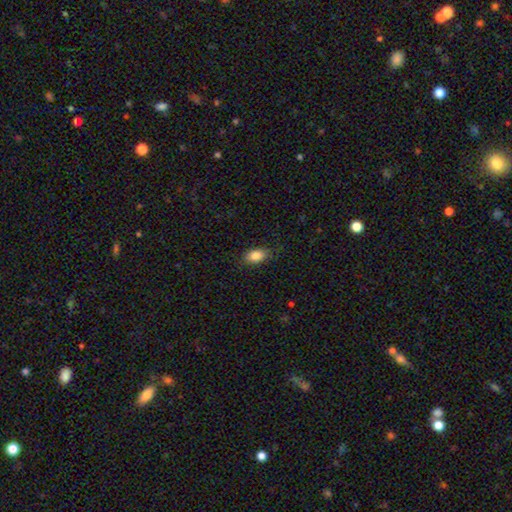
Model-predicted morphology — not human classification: Smooth or featured: smooth — 86% (star or artifact — 8%)
How rounded: in between — 88% (round — 8%)
Merging: none — 82% (minor disturbance — 14%)